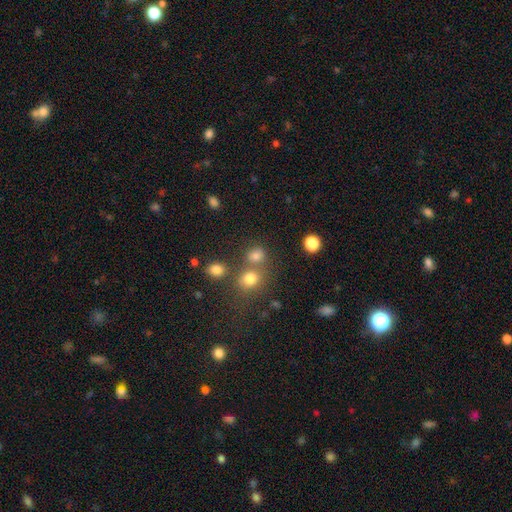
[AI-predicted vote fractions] Smooth or featured: smooth — 76% (star or artifact — 16%)
How rounded: round — 72% (in between — 27%)
Merging: none — 58% (merger — 28%)